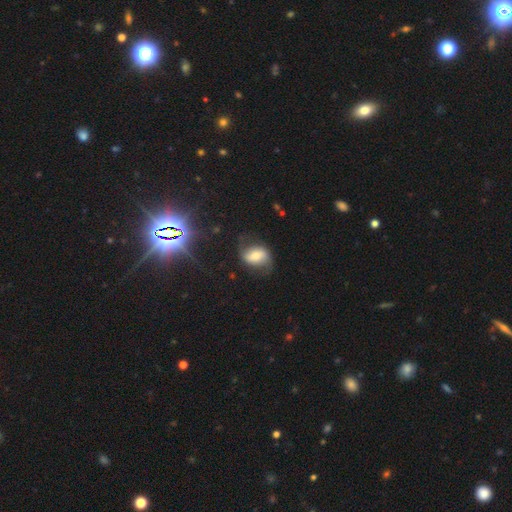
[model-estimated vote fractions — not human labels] The model was most divided on "bar": no: 38%, weak: 35%, strong: 28%. More confident: edge-on disk — no (95%); spiral arms — yes (81%); merging — none (63%); bulge size — moderate (55%); smooth or featured — featured or disk (54%).